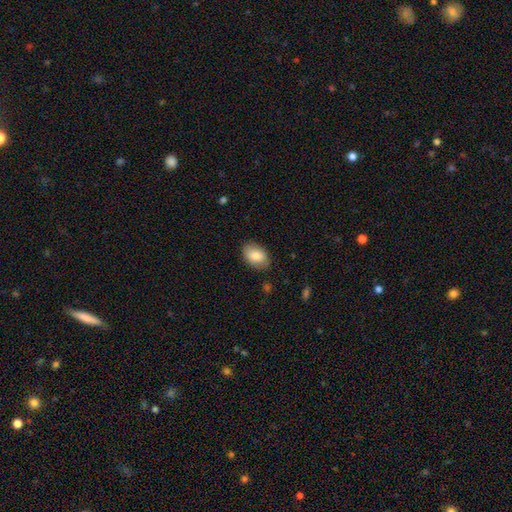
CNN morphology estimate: This is clearly a smooth galaxy (83%). How rounded: clearly in between (87%). Merging: clearly none (83%).